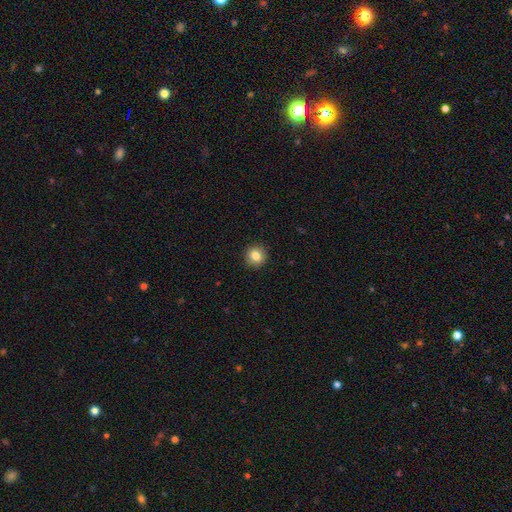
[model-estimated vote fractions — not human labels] This appears to be a smooth galaxy with no disk features (84%) that is round (91%). Merging: none (92%).